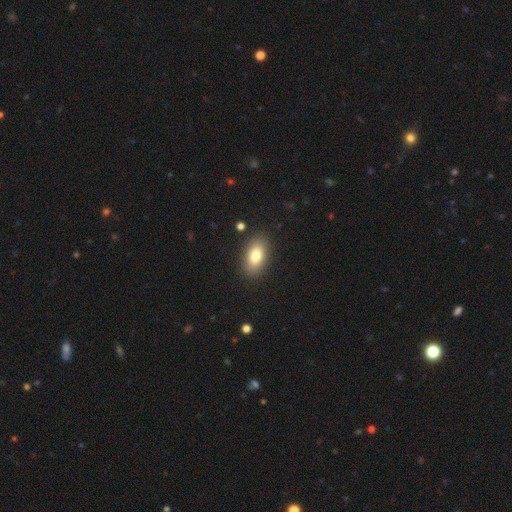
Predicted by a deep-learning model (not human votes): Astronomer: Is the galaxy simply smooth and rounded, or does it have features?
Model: smooth — 80%.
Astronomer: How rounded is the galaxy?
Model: in between — 90%.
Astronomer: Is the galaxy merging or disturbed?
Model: none — 87%.